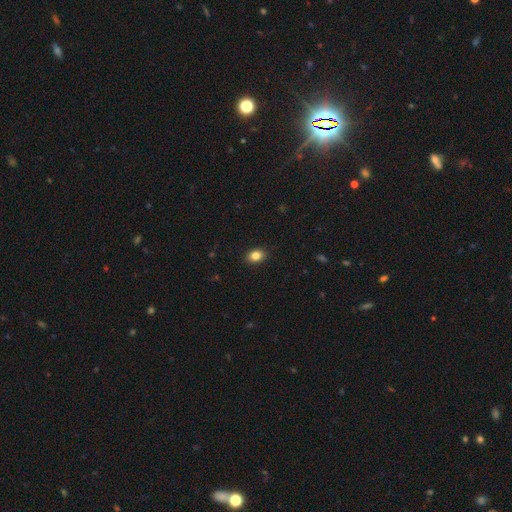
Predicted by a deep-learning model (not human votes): This is clearly a smooth galaxy (85%). How rounded: likely in between (73%). Merging: clearly none (89%).